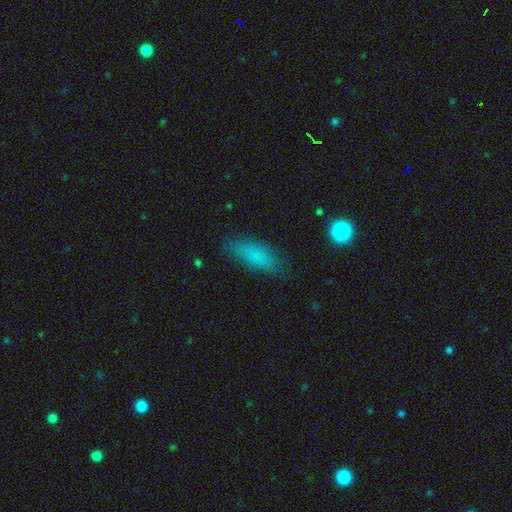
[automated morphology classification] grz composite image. It shows a smooth galaxy with no disk features (78%) that is in between round and cigar-shaped (59%). Merging: none (83%).